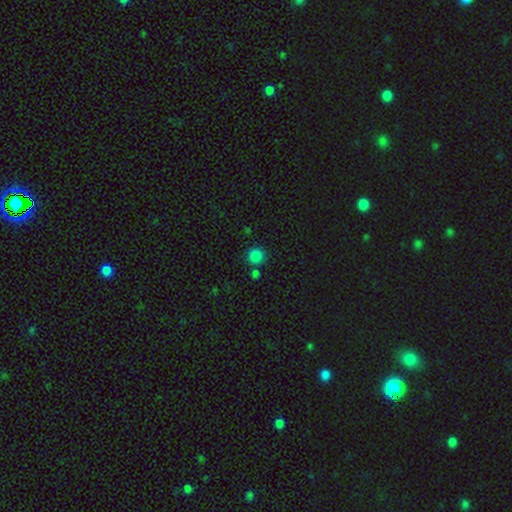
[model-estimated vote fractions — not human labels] The model was most divided on "merging": none: 79%, merger: 10%, minor disturbance: 9%, major disturbance: 3%. More confident: how rounded — round (92%); smooth or featured — smooth (84%).